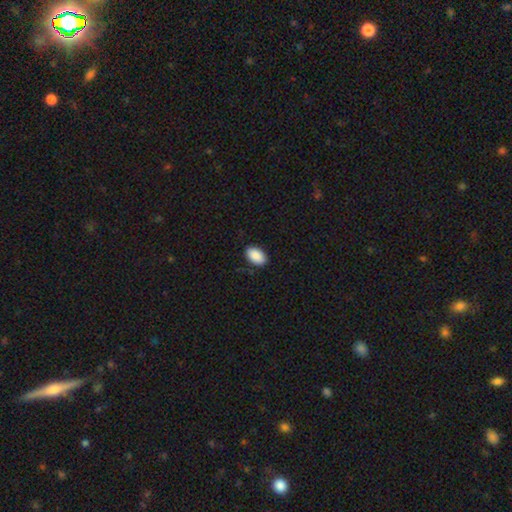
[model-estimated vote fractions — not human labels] smooth_or_featured: smooth (p=0.90) [alt: star or artifact p=0.07]
how_rounded: in between (p=0.93) [alt: round p=0.06]
merging: none (p=0.87) [alt: minor disturbance p=0.10]